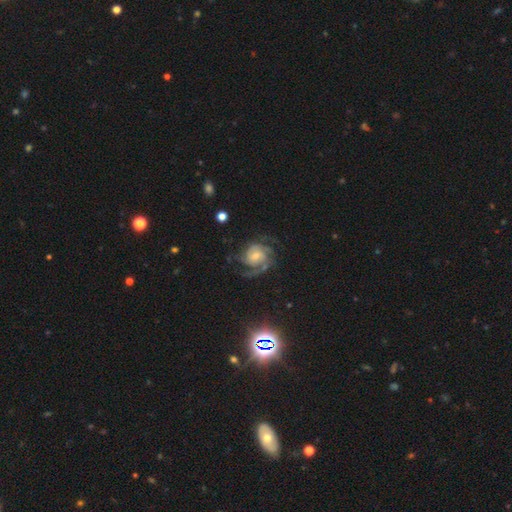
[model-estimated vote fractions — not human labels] Smooth or featured?
  - featured or disk: 85% *
  - smooth: 8%
  - star or artifact: 7%
Edge-on disk?
  - no: 98% *
  - yes: 2%
Bar?
  - no: 66% *
  - weak: 28%
  - strong: 6%
Spiral arms?
  - yes: 96% *
  - no: 4%
Spiral winding?
  - medium: 44% *
  - tight: 42%
  - loose: 14%
Spiral arm count?
  - 3: 35% *
  - 2: 25%
  - can't tell: 17%
  - 4: 9%
  - 1: 7%
  - more than 4: 6%
Bulge size?
  - small: 50% *
  - moderate: 40%
  - large: 5%
  - none: 3%
  - dominant: 1%
Merging?
  - none: 62% *
  - major disturbance: 18%
  - minor disturbance: 18%
  - merger: 2%